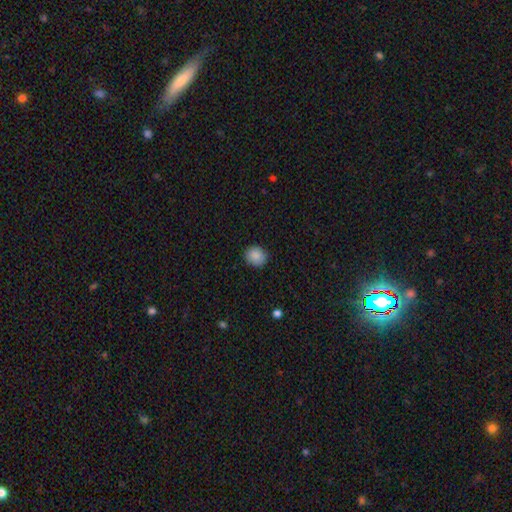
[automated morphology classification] This is clearly a smooth galaxy (88%). How rounded: likely round (75%). Merging: clearly none (89%).